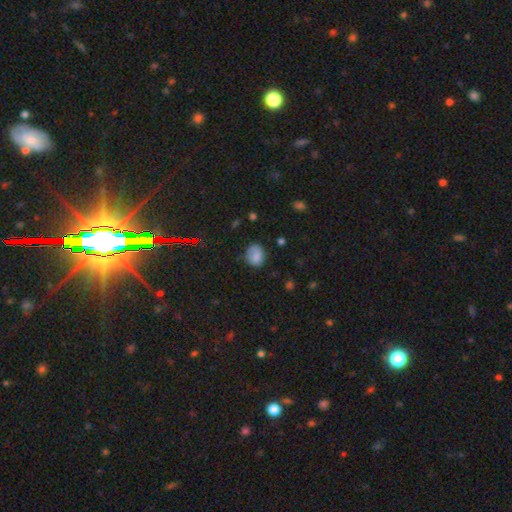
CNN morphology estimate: The model was most divided on "how rounded": round: 62%, in between: 37%, cigar-shaped: 1%. More confident: smooth or featured — smooth (78%); merging — none (66%).